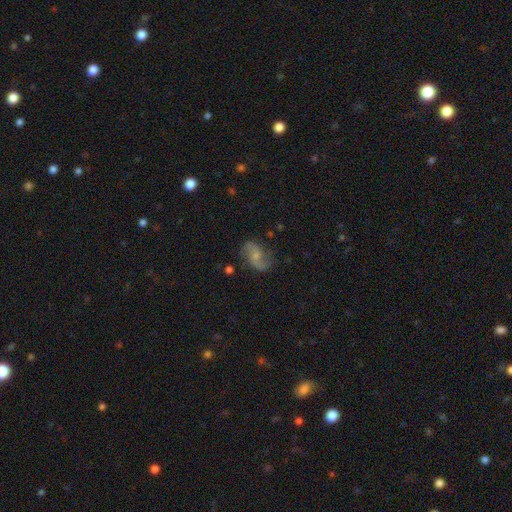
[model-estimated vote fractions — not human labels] smooth_or_featured: featured or disk (p=0.71) [alt: smooth p=0.21]
disk_edge_on: no (p=0.97) [alt: yes p=0.03]
bar: no (p=0.56) [alt: weak p=0.36]
has_spiral_arms: yes (p=0.92) [alt: no p=0.08]
spiral_winding: loose (p=0.65) [alt: medium p=0.28]
spiral_arm_count: 2 (p=0.90) [alt: can't tell p=0.04]
bulge_size: small (p=0.53) [alt: moderate p=0.32]
merging: none (p=0.71) [alt: minor disturbance p=0.19]